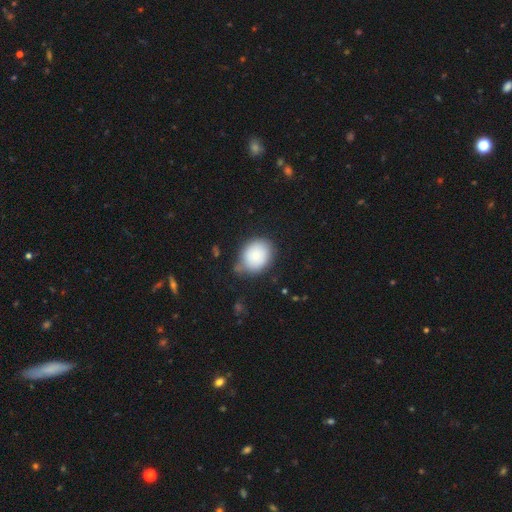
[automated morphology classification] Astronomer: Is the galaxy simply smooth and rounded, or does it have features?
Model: smooth — 82%.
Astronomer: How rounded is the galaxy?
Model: round — 52% (runner-up: in between, 47%).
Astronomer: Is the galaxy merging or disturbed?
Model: none — 66%.